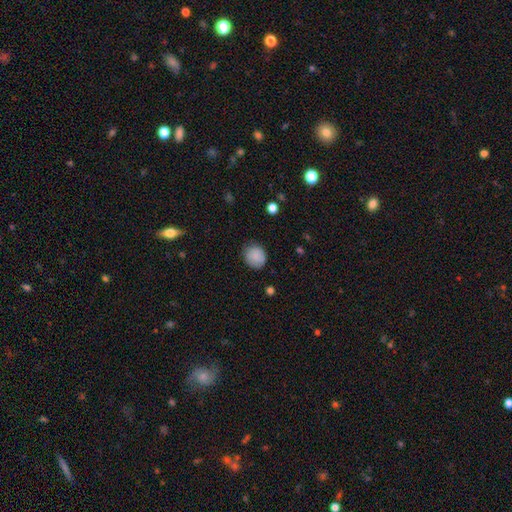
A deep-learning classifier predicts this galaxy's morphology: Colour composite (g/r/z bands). It shows a smooth galaxy with no disk features (87%) that is round (80%). Merging: none (80%).